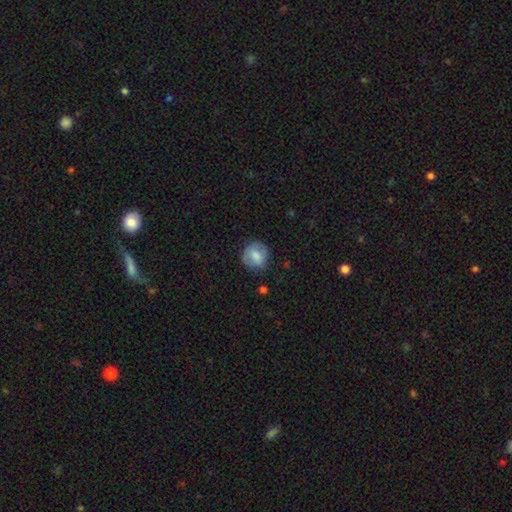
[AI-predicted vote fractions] smooth 76%, featured or disk 16%, star or artifact 8%. Down the decision tree: how rounded — round (85%); merging — none (81%).